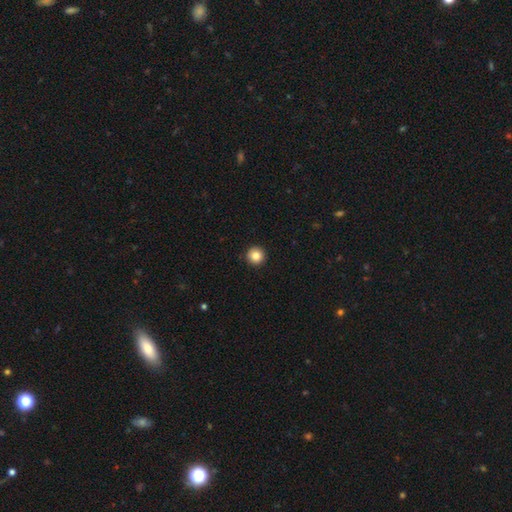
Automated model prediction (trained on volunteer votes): Smooth or featured? smooth (85%)
How rounded? round (96%)
Merging? none (93%)